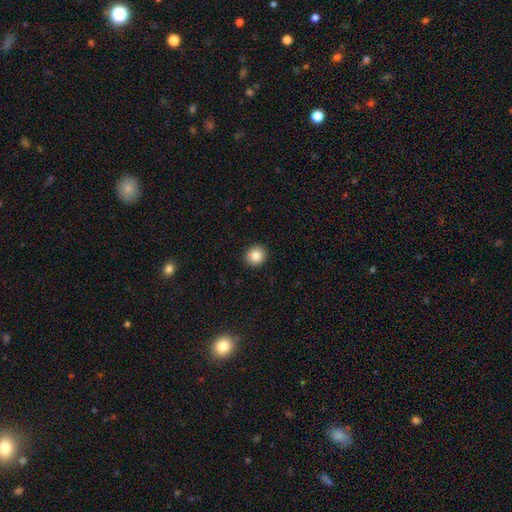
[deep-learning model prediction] smooth 85%, star or artifact 9%, featured or disk 6%. Down the decision tree: how rounded — round (83%); merging — none (92%).